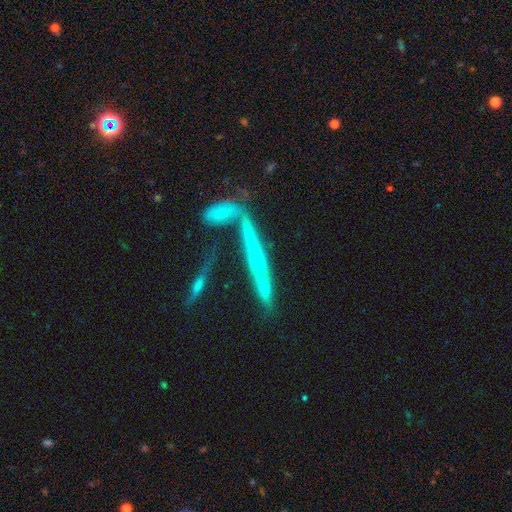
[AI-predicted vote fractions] Q: Smooth or featured?
A: featured or disk (67%); runner-up: smooth (22%)
Q: Edge-on disk?
A: yes (90%); runner-up: no (10%)
Q: Edge-on bulge?
A: none (50%); runner-up: rounded (40%)
Q: Merging?
A: none (48%); runner-up: merger (31%)